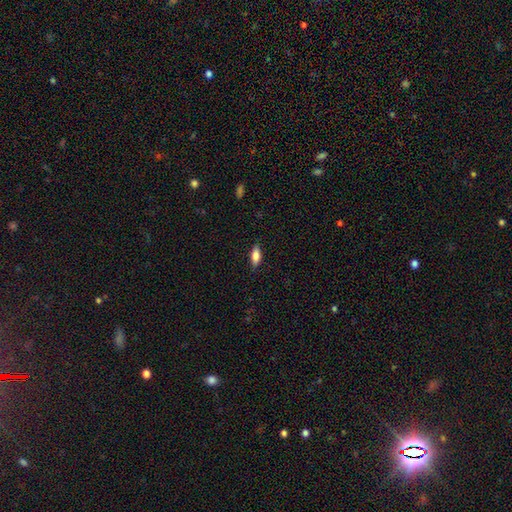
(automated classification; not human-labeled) smooth 75%, featured or disk 18%, star or artifact 7%. Down the decision tree: how rounded — in between (72%); merging — none (86%).